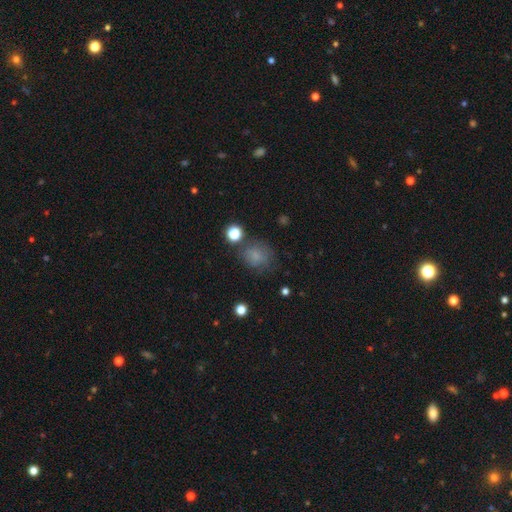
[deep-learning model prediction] This appears to be a smooth galaxy with no disk features (73%) that is round (72%). Merging: none (65%).